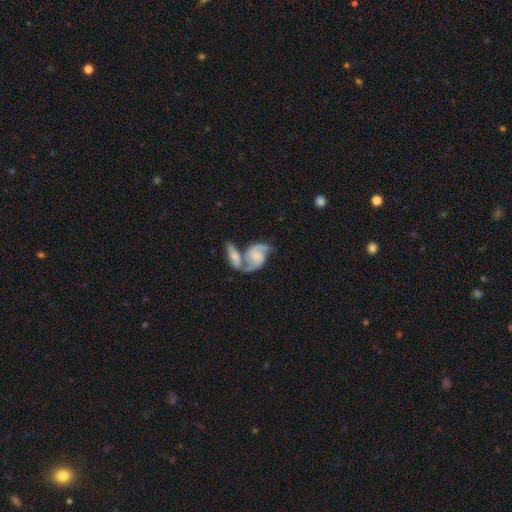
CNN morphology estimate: type=featured or disk (86%); edge-on=no (97%); bar=no (59%); spiral arms=yes (97%); winding=medium (53%); arm count=2 (91%); bulge=small (40%); merging=merger (49%).